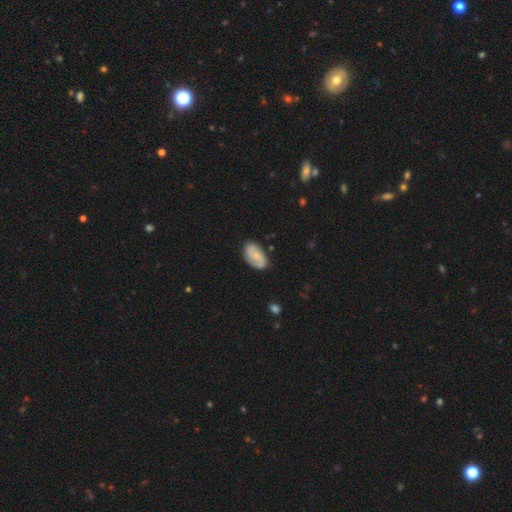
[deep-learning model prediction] Smooth or featured? featured or disk (54%)
Edge-on disk? no (96%)
Bar? no (58%)
Spiral arms? yes (87%)
Bulge size? small (61%)
Merging? none (80%)